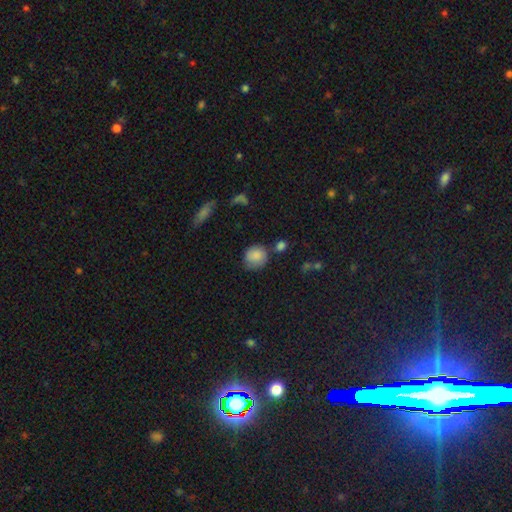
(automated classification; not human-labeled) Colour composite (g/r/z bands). It shows a smooth galaxy with no disk features (85%) that is round (82%). Merging: none (67%).